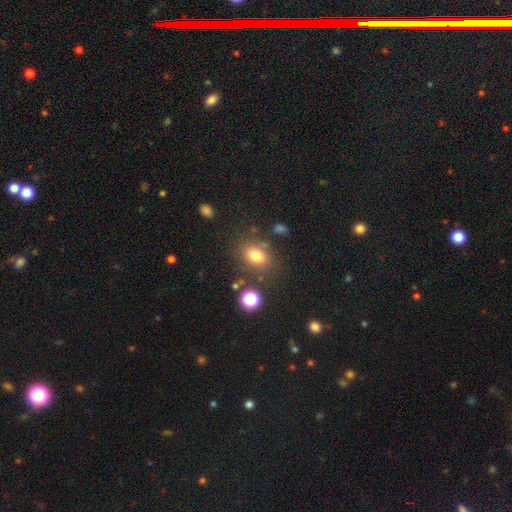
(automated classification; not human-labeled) This appears to be a smooth galaxy with no disk features (76%) that is in between round and cigar-shaped (58%). Merging: none (74%).